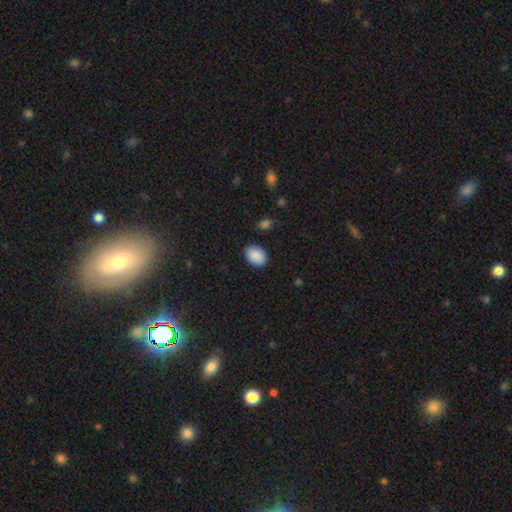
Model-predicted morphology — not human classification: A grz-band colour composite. It shows a smooth galaxy with no disk features (90%) that is in between round and cigar-shaped (79%). Merging: none (88%).